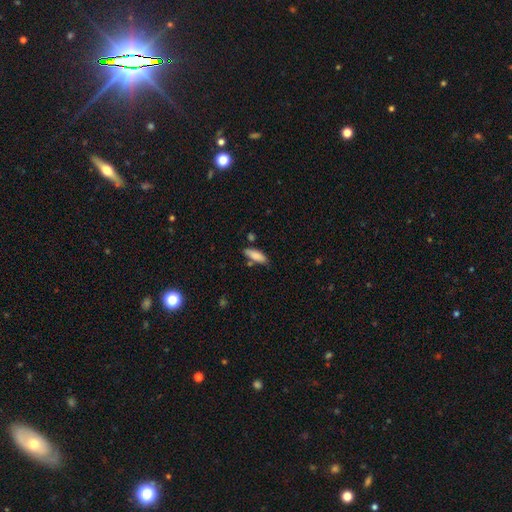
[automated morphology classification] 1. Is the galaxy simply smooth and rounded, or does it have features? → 85% smooth, 8% featured or disk, 7% star or artifact.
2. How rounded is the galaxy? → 59% in between, 39% cigar-shaped, 2% round.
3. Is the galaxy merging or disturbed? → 69% none, 19% minor disturbance, 8% merger, 4% major disturbance.